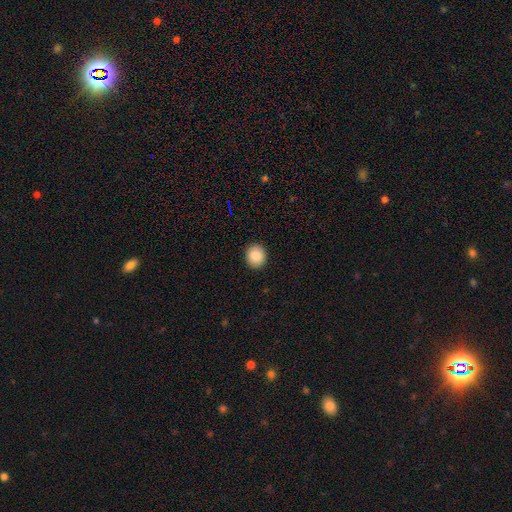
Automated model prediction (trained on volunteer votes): The model was most divided on "how rounded": round: 82%, in between: 17%, cigar-shaped: 1%. More confident: merging — none (92%); smooth or featured — smooth (87%).